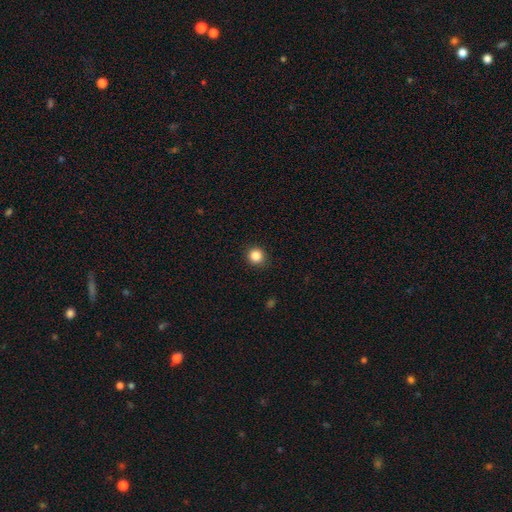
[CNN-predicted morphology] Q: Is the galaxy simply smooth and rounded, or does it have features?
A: smooth — 85%.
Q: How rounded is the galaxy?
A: round — 93%.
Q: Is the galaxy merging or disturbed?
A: none — 91%.